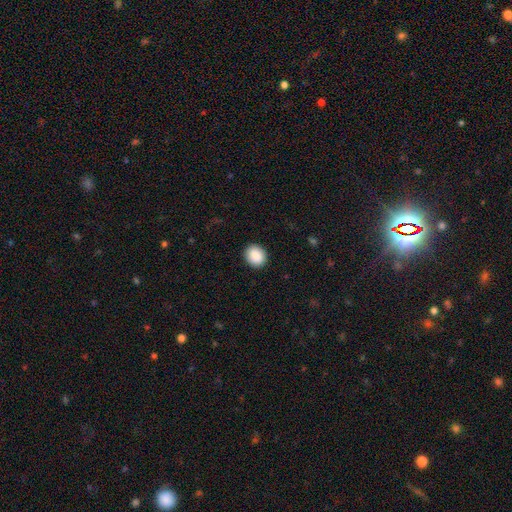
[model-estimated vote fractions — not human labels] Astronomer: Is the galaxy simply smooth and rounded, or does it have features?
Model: smooth — 90%.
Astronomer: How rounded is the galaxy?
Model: round — 70%.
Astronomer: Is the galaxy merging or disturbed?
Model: none — 90%.